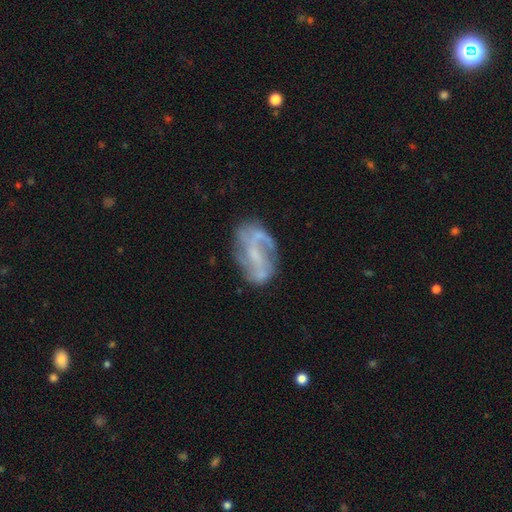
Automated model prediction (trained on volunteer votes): The model was most divided on "bulge size": small: 42%, none: 37%, moderate: 19%, large: 2%, dominant: 1%. Remaining: edge-on disk — no (97%); spiral arms — yes (79%); smooth or featured — featured or disk (76%); spiral arm count — 2 (66%); merging — none (62%); spiral winding — loose (45%); bar — weak (43%).